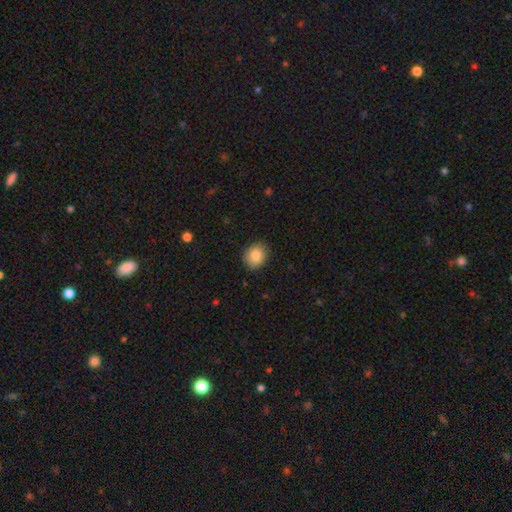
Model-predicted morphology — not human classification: smooth_or_featured: smooth (p=0.87) [alt: star or artifact p=0.08]
how_rounded: round (p=0.55) [alt: in between p=0.44]
merging: none (p=0.85) [alt: minor disturbance p=0.12]